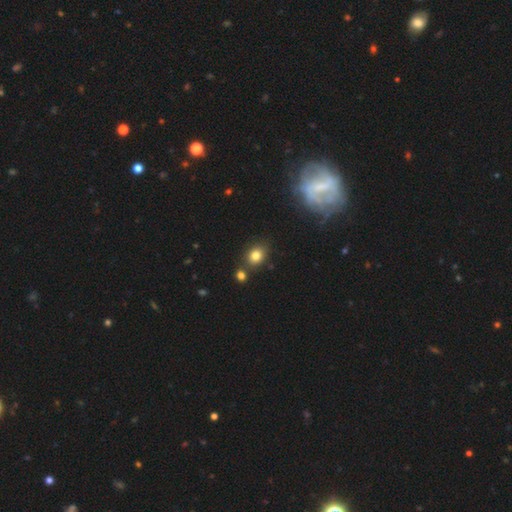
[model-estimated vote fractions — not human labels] This is likely a smooth galaxy (80%). How rounded: possibly round (55%). Merging: likely none (74%).